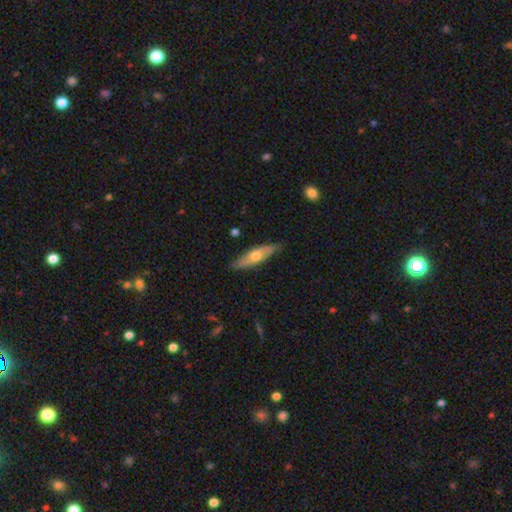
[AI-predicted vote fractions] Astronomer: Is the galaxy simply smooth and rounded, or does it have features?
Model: smooth — 52% (runner-up: featured or disk, 43%).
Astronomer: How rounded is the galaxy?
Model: cigar-shaped — 59% (runner-up: in between, 39%).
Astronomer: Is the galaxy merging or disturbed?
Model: none — 81%.